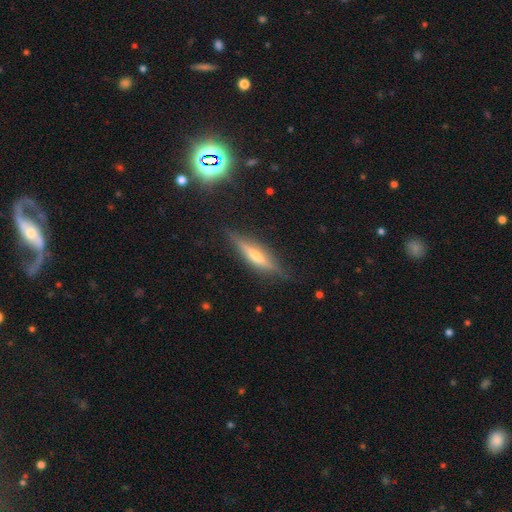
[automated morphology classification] Smooth or featured? Predicted: featured or disk (p=0.62). Edge-on disk? Predicted: yes (p=0.94). Edge-on bulge? Predicted: rounded (p=0.68). Merging? Predicted: none (p=0.83).